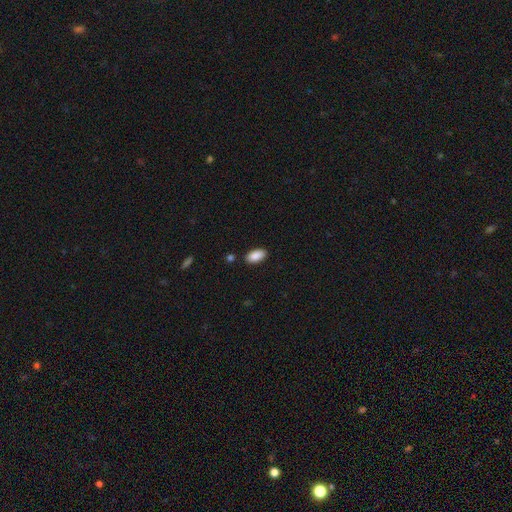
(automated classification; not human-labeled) Smooth or featured: smooth — 89% (star or artifact — 7%)
How rounded: in between — 93% (cigar-shaped — 4%)
Merging: none — 86% (minor disturbance — 9%)